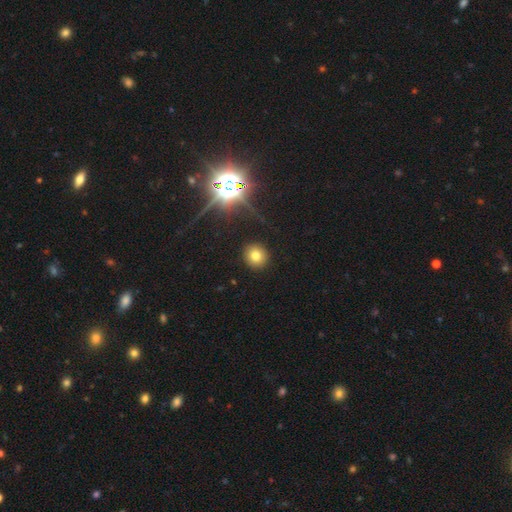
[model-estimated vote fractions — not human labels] This is likely a smooth galaxy (75%). How rounded: clearly round (88%). Merging: clearly none (91%).